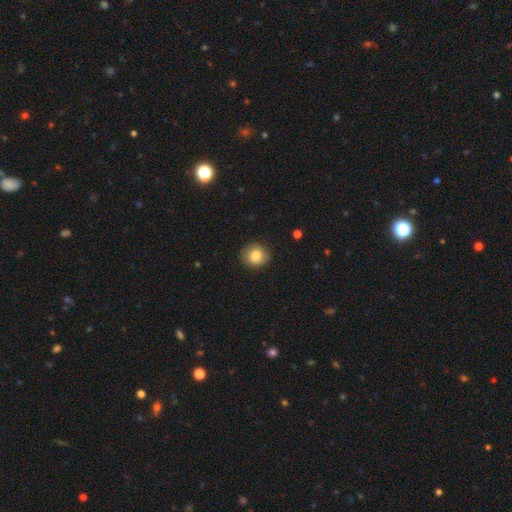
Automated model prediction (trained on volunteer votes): This appears to be a smooth galaxy with no disk features (84%) that is round (85%). Merging: none (87%).